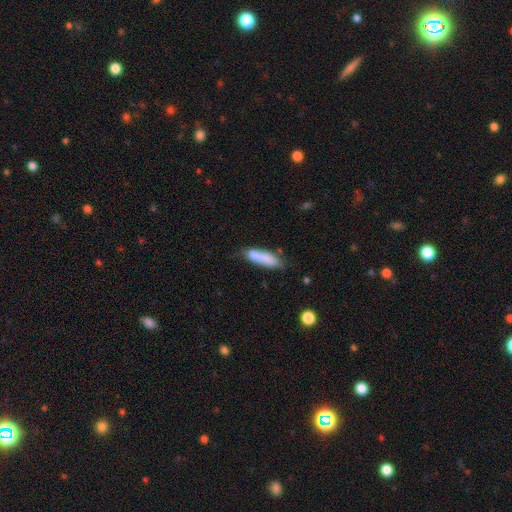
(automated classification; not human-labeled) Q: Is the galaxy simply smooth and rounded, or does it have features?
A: smooth — 79%.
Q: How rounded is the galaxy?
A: cigar-shaped — 60%.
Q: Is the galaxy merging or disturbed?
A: none — 59%.